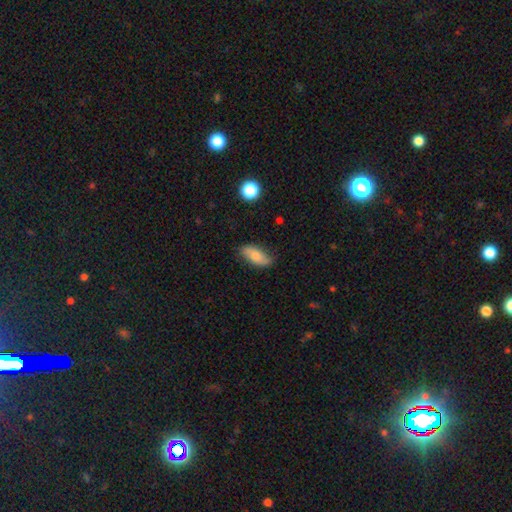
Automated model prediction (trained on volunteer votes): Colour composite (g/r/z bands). It shows a smooth galaxy with no disk features (71%) that is in between round and cigar-shaped (84%). Merging: none (75%).